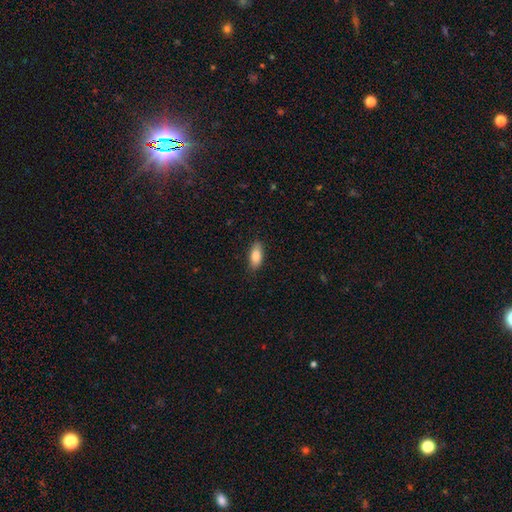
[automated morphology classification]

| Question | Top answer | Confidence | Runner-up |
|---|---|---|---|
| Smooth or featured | smooth | 84% | featured or disk (9%) |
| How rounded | in between | 82% | cigar-shaped (15%) |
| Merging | none | 86% | minor disturbance (11%) |